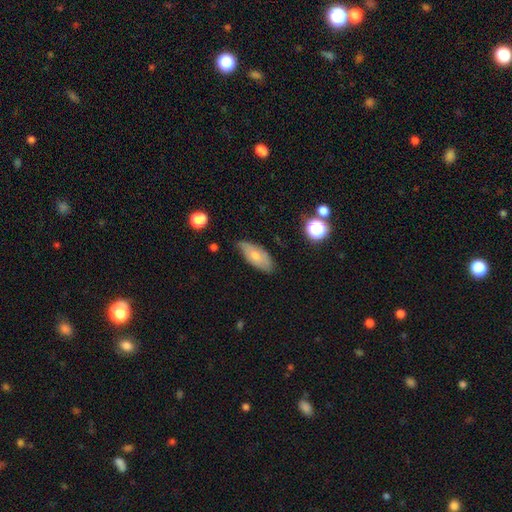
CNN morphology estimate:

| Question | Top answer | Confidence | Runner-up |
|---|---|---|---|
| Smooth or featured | smooth | 64% | featured or disk (29%) |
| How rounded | in between | 87% | cigar-shaped (9%) |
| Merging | none | 68% | minor disturbance (26%) |